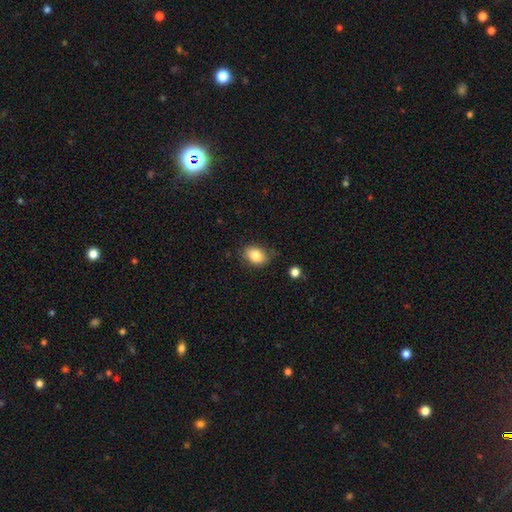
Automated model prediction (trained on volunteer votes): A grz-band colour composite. It shows a smooth galaxy with no disk features (83%) that is in between round and cigar-shaped (73%). Merging: none (72%).